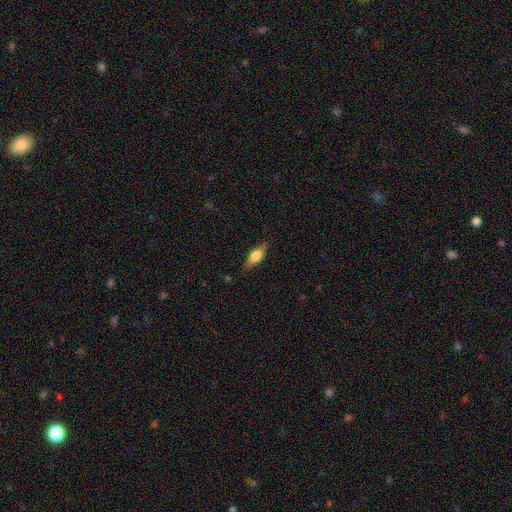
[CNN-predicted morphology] The model was most divided on "smooth or featured": smooth: 60%, featured or disk: 33%, star or artifact: 7%. More confident: merging — none (80%); how rounded — in between (71%).